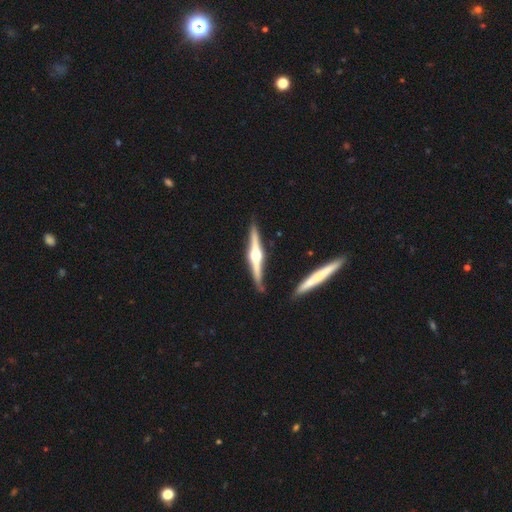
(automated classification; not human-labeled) Smooth or featured? featured or disk (83%)
Edge-on disk? yes (98%)
Edge-on bulge? rounded (95%)
Merging? none (87%)